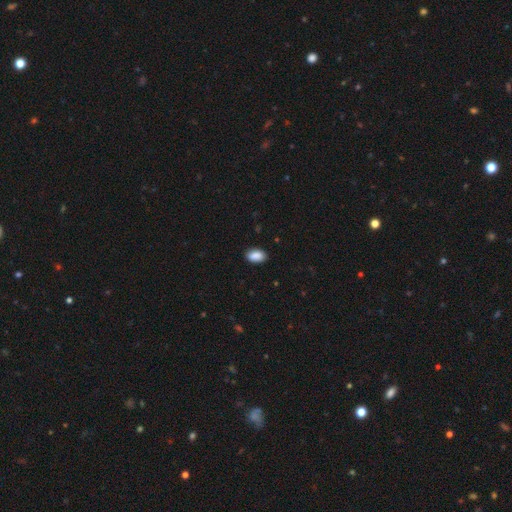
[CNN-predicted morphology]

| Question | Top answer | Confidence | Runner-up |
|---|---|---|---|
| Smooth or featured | smooth | 90% | star or artifact (7%) |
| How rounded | in between | 92% | round (7%) |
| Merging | none | 87% | minor disturbance (10%) |